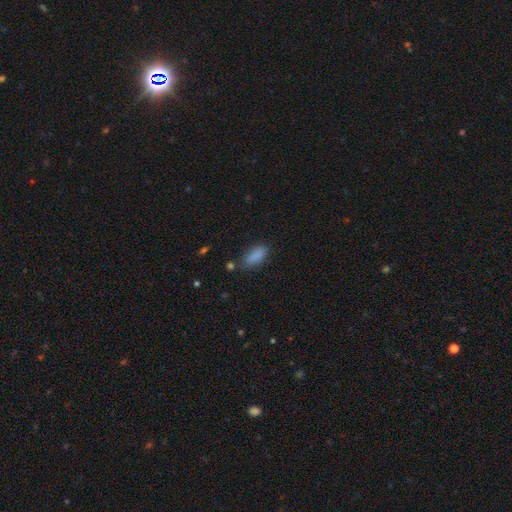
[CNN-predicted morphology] A smooth galaxy with no disk features (87%) that is in between round and cigar-shaped (79%).

Vote fractions:
- Smooth or featured? smooth: 87% / star or artifact: 8% / featured or disk: 5%
- How rounded? in between: 79% / cigar-shaped: 19% / round: 2%
- Merging? none: 74% / minor disturbance: 18% / major disturbance: 4% / merger: 4%